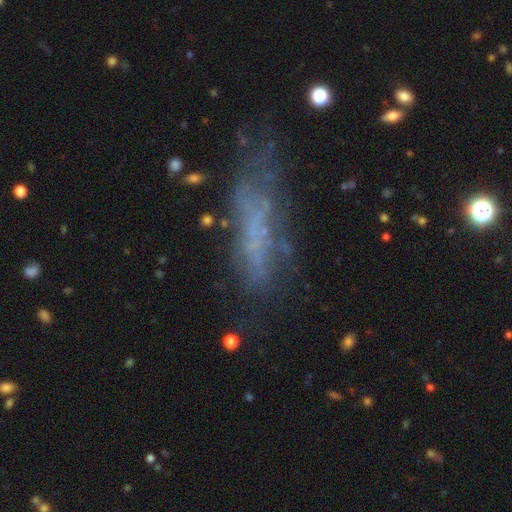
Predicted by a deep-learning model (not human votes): Smooth or featured: featured or disk — 49% (smooth — 33%)
Merging: none — 48% (major disturbance — 24%)